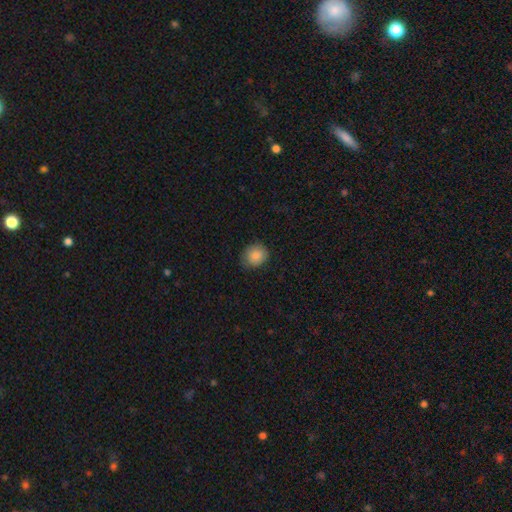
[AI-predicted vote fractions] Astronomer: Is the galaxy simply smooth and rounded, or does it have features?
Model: smooth — 88%.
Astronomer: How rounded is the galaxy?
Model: round — 70%.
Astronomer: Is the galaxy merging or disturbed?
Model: none — 81%.